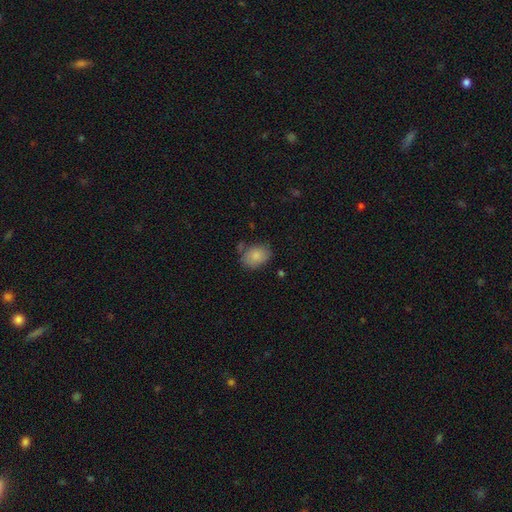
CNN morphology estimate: smooth 84%, featured or disk 8%, star or artifact 8%. Down the decision tree: how rounded — in between (71%); merging — none (69%).